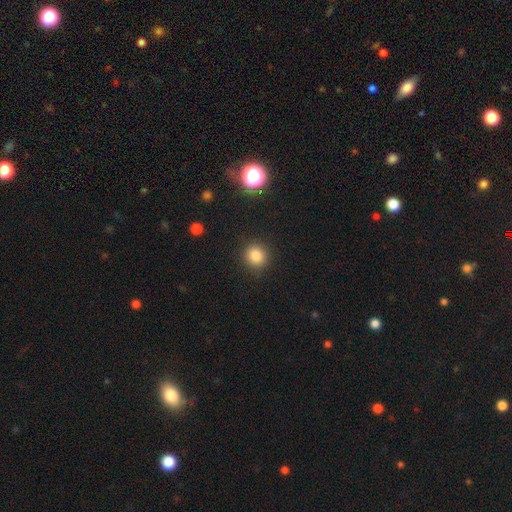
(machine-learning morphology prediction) A smooth galaxy with no disk features (83%) that is round (89%). Merging: none (90%).